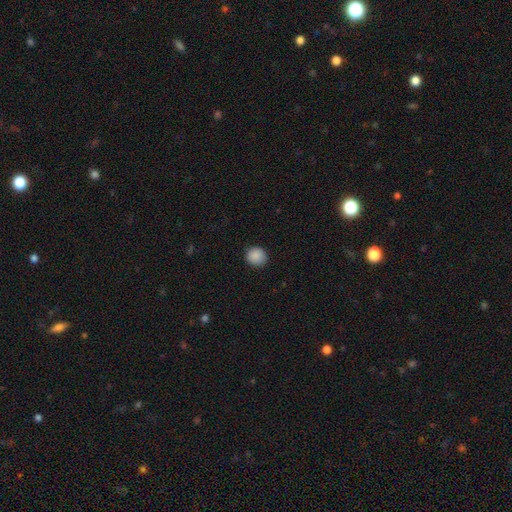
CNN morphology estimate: Smooth or featured?
  - smooth: 89% *
  - star or artifact: 9%
  - featured or disk: 3%
How rounded?
  - round: 87% *
  - in between: 12%
  - cigar-shaped: 1%
Merging?
  - none: 90% *
  - minor disturbance: 7%
  - major disturbance: 2%
  - merger: 1%